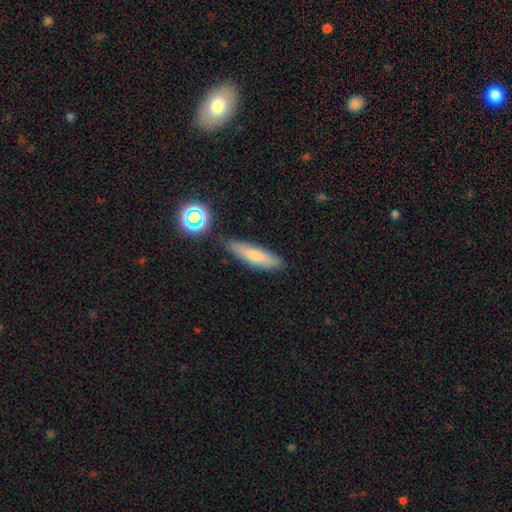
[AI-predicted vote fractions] smooth-or-featured: smooth: 73% | featured or disk: 18% | star or artifact: 8%
  how-rounded: cigar-shaped: 69% | in between: 29% | round: 2%
  merging: none: 78% | minor disturbance: 14% | merger: 5% | major disturbance: 3%